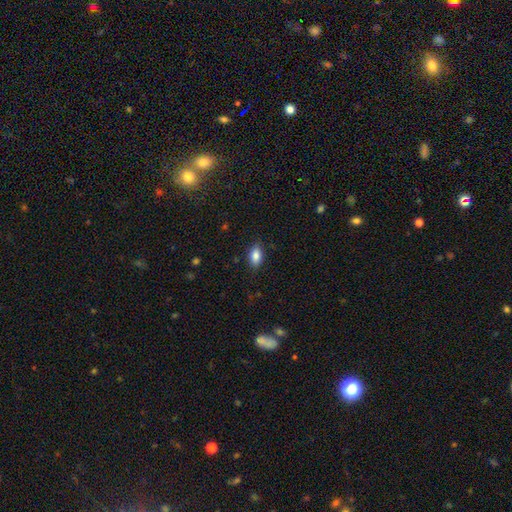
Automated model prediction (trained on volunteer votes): Smooth or featured? Predicted: smooth (p=0.85). How rounded? Predicted: in between (p=0.90). Merging? Predicted: none (p=0.85).